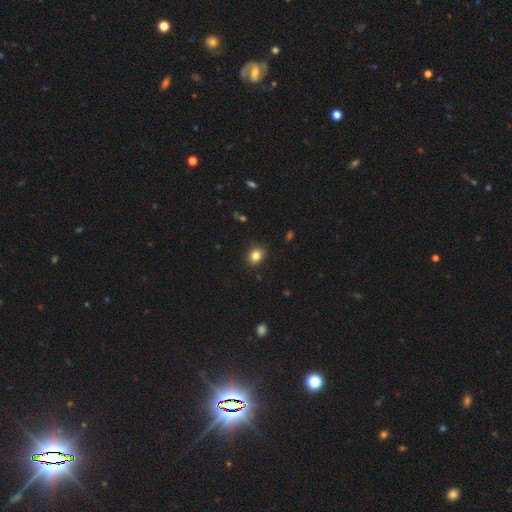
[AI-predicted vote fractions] smooth 83%, star or artifact 11%, featured or disk 6%. Down the decision tree: how rounded — round (60%); merging — none (86%).